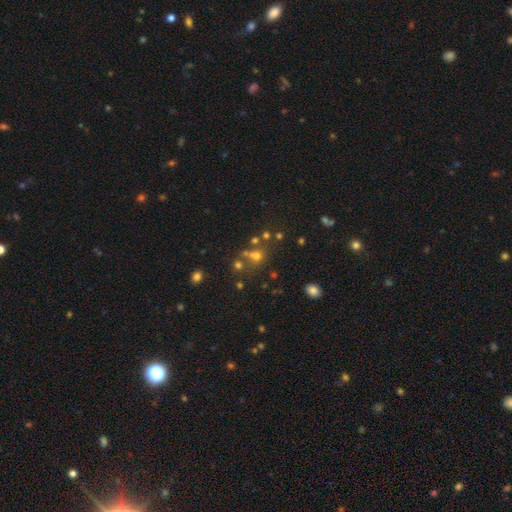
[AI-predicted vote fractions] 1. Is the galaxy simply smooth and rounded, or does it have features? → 57% smooth, 29% star or artifact, 14% featured or disk.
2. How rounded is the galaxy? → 77% round, 22% in between, 1% cigar-shaped.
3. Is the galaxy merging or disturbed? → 53% none, 30% merger, 11% minor disturbance, 6% major disturbance.